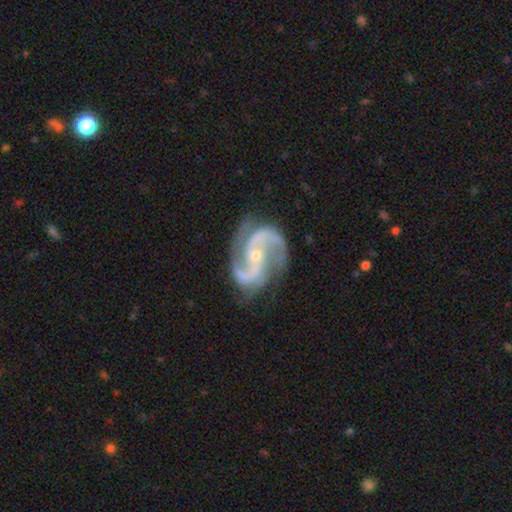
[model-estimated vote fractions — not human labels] The model was most divided on "bar": no: 47%, weak: 30%, strong: 22%. More confident: spiral arms — yes (98%); edge-on disk — no (98%); smooth or featured — featured or disk (93%); spiral arm count — 2 (87%); merging — none (74%); bulge size — small (69%); spiral winding — medium (59%).